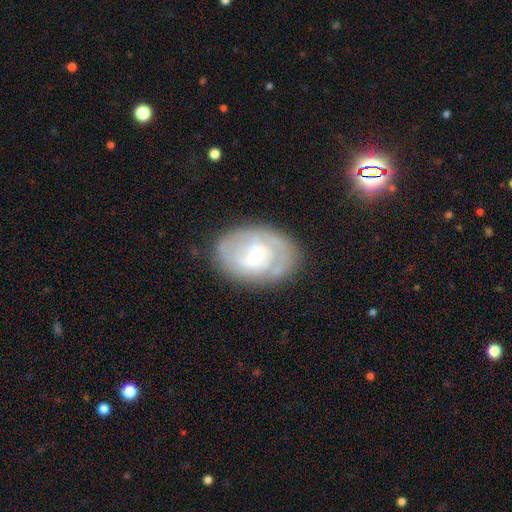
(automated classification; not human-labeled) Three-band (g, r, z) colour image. It shows a featured or disk galaxy (69%) with a weak bar (48%), tight (61%) spiral arms (76%) and a small central bulge (55%). Merging: none (76%).